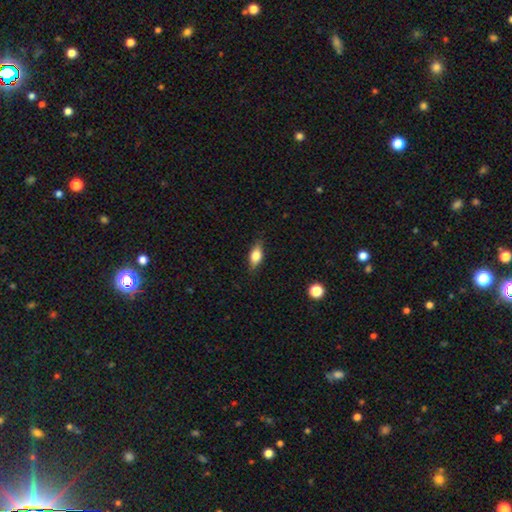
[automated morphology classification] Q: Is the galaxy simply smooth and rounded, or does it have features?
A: smooth — 72%.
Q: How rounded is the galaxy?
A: in between — 80%.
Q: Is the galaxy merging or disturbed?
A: none — 83%.